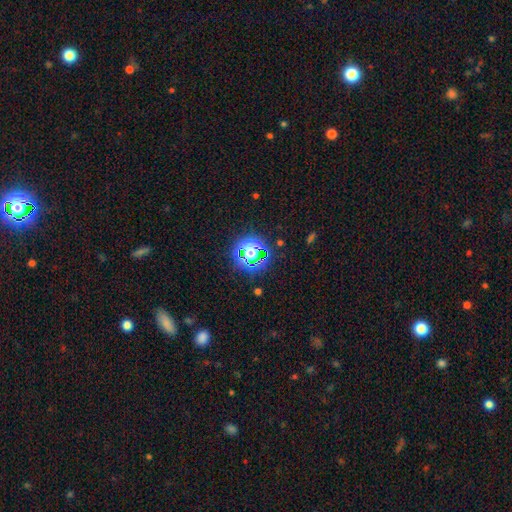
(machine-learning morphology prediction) Overall: star or artifact (59%; smooth 31%).